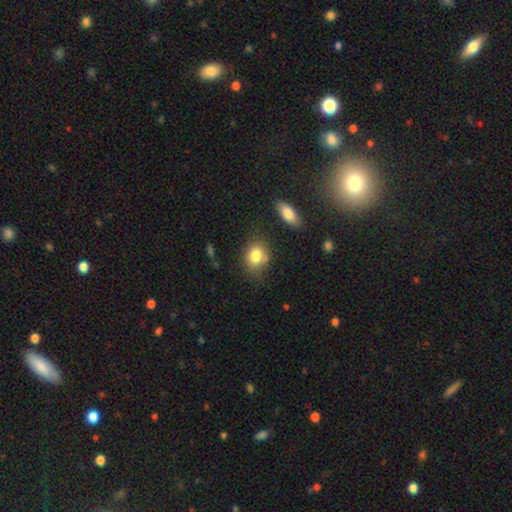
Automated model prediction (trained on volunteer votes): Q: Smooth or featured?
A: smooth (81%); runner-up: featured or disk (10%)
Q: How rounded?
A: in between (52%); runner-up: round (47%)
Q: Merging?
A: none (67%); runner-up: minor disturbance (20%)